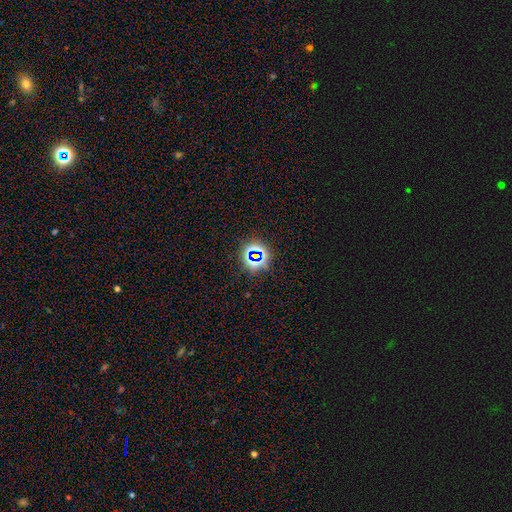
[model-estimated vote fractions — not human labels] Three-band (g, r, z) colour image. It shows a star or artifact, not a galaxy (71%).